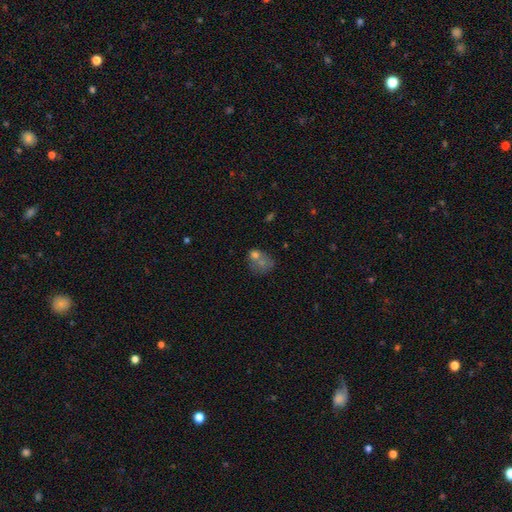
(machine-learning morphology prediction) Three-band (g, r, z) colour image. It shows a smooth galaxy with no disk features (58%) that is round (51%). Merging: merger (40%).